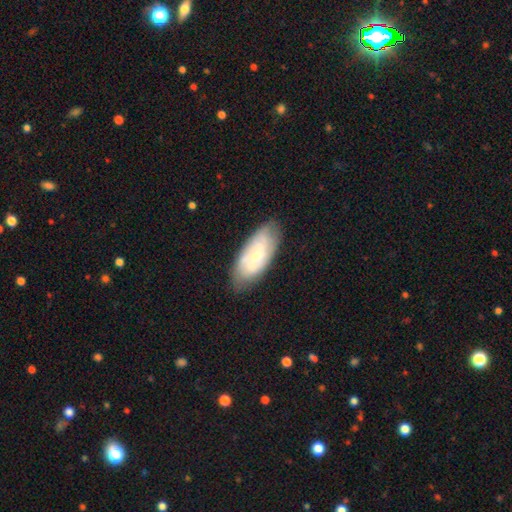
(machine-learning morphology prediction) A featured or disk galaxy (56%) with no bar (59%), spiral arms (78%) and a small central bulge (61%).

Vote fractions:
- Smooth or featured? featured or disk: 56% / smooth: 38% / star or artifact: 7%
- Edge-on disk? no: 90% / yes: 10%
- Bar? no: 59% / weak: 33% / strong: 8%
- Spiral arms? yes: 78% / no: 22%
- Bulge size? small: 61% / moderate: 32% / none: 3% / large: 2% / dominant: 1%
- Merging? none: 79% / minor disturbance: 16% / major disturbance: 4% / merger: 2%